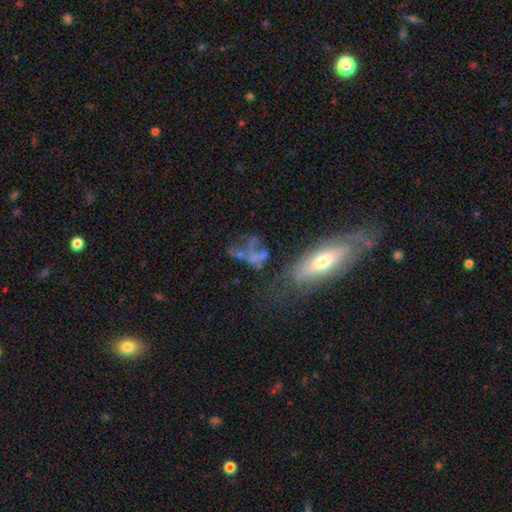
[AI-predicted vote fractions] smooth_or_featured: featured or disk (p=0.41) [alt: smooth p=0.39]
merging: major disturbance (p=0.34) [alt: merger p=0.27]